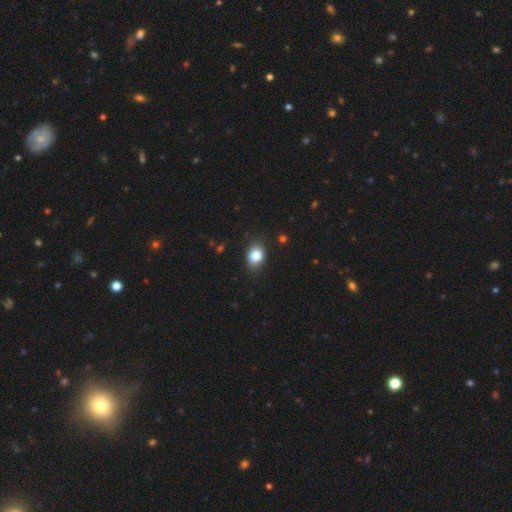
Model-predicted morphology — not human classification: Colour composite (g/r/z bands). It shows a smooth galaxy with no disk features (82%) that is in between round and cigar-shaped (64%). Merging: none (84%).